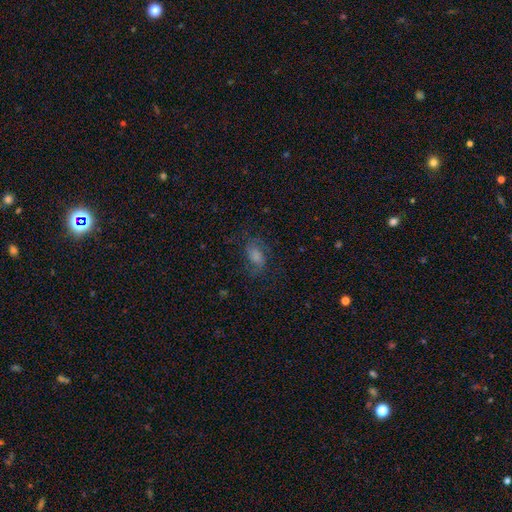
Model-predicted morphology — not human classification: Smooth or featured: featured or disk — 43% (smooth — 35%)
Merging: none — 70% (minor disturbance — 17%)